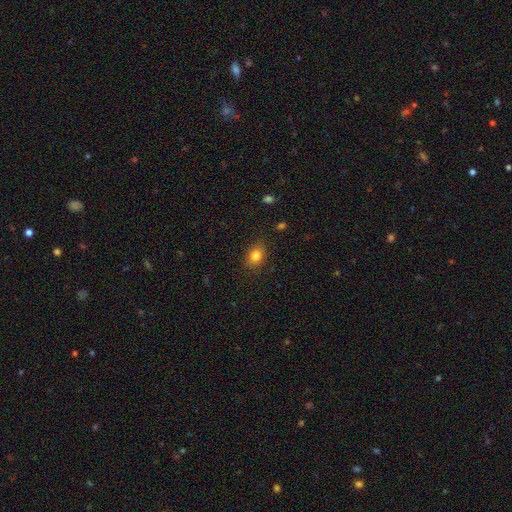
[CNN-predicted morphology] The model was most divided on "how rounded": in between: 61%, round: 38%, cigar-shaped: 1%. More confident: merging — none (86%); smooth or featured — smooth (82%).